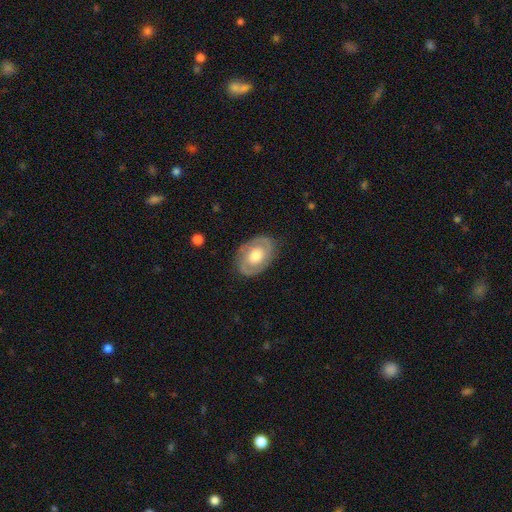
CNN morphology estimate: This appears to be a featured or disk galaxy (70%) with no bar (71%), spiral arms (71%) and a moderate central bulge (53%). Merging: none (82%).